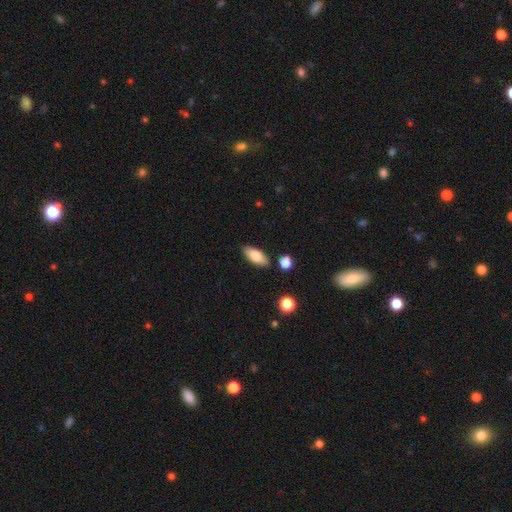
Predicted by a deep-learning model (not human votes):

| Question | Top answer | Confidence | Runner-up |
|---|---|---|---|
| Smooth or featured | smooth | 80% | featured or disk (13%) |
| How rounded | in between | 84% | cigar-shaped (13%) |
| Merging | none | 85% | minor disturbance (10%) |